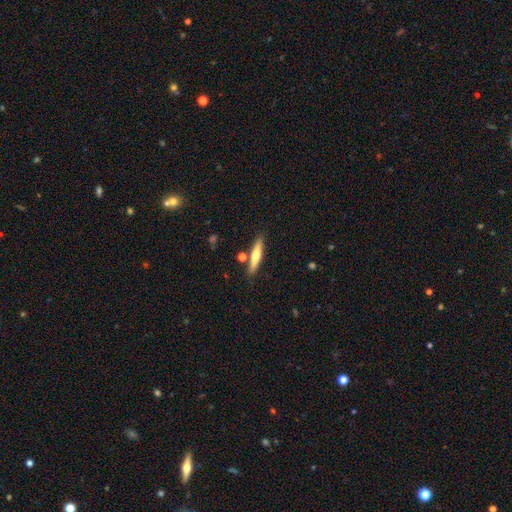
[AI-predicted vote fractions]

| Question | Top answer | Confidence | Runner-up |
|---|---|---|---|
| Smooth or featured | smooth | 56% | featured or disk (38%) |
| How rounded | cigar-shaped | 87% | in between (11%) |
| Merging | none | 83% | minor disturbance (9%) |